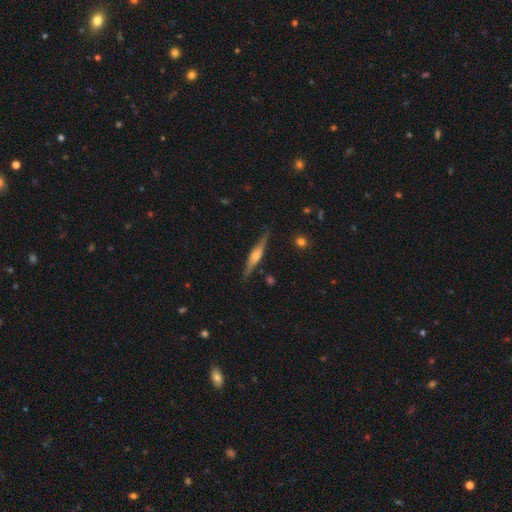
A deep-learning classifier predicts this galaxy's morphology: Overall: featured or disk (74%). Edge-on disk: yes (97%). Edge-on bulge: rounded (79%). Merging: none (88%).